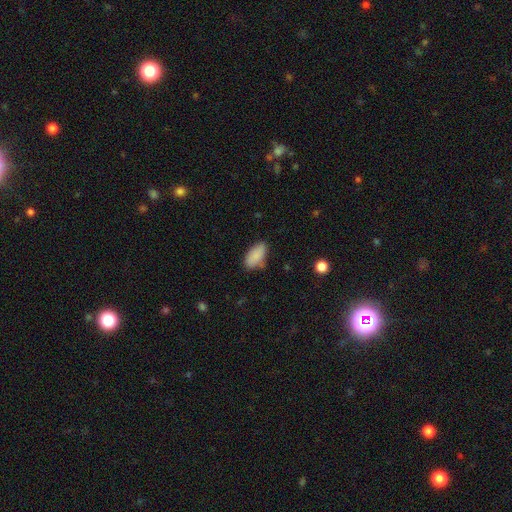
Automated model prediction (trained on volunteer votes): smooth 87%, star or artifact 7%, featured or disk 6%. Down the decision tree: how rounded — in between (91%); merging — none (72%).